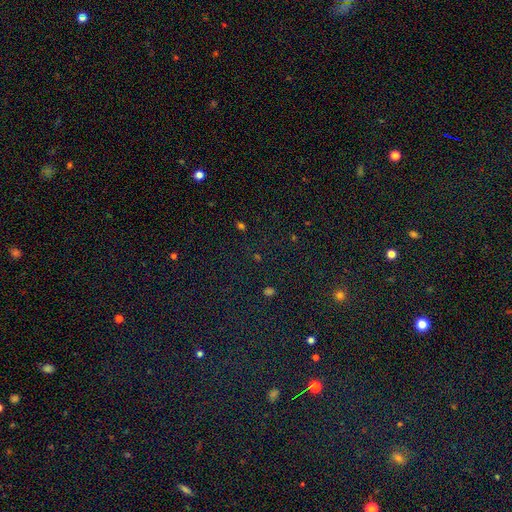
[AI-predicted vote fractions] This is likely a star or artifact rather than a galaxy (79%).